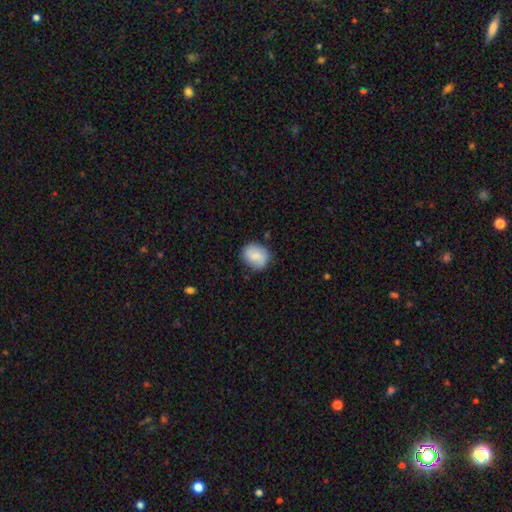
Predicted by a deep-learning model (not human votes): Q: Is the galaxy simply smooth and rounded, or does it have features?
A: smooth — 76%.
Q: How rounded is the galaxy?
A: round — 59%.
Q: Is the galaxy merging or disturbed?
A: none — 79%.